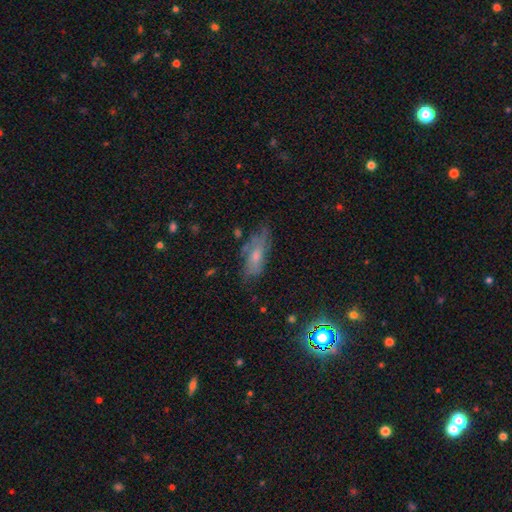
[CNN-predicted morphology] Overall: smooth (45%; featured or disk 42%). Merging: none (57%; minor disturbance 28%).